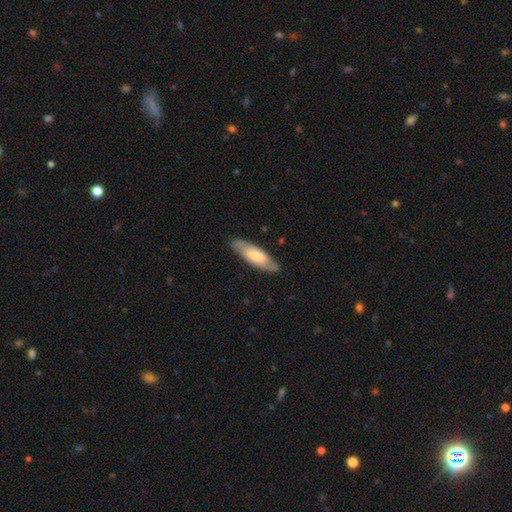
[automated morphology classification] This appears to be a featured or disk galaxy (49%). Merging: none (83%).